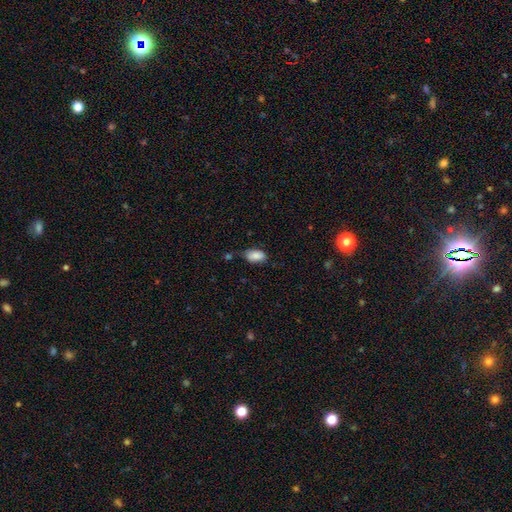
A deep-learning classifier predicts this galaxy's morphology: smooth 86%, star or artifact 7%, featured or disk 7%. Down the decision tree: how rounded — in between (93%); merging — none (64%).